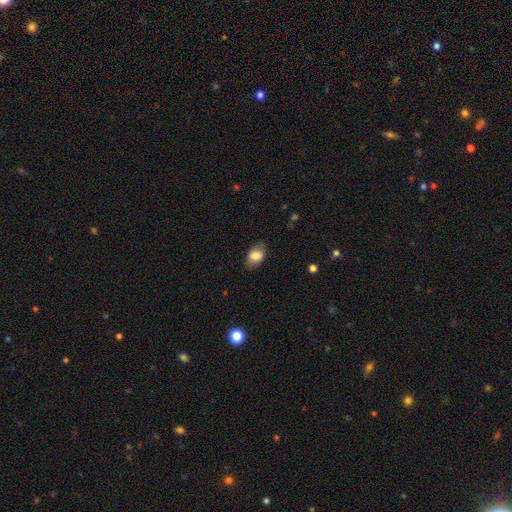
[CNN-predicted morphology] This is likely a smooth galaxy (79%). How rounded: clearly in between (82%). Merging: likely none (75%).